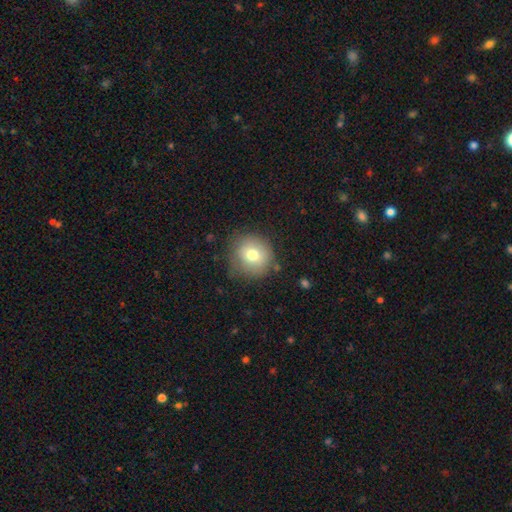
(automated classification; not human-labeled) Smooth or featured? smooth (71%)
How rounded? round (93%)
Merging? none (82%)